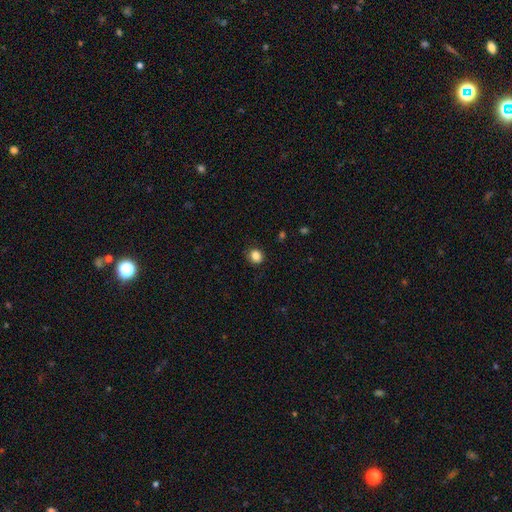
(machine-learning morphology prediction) Smooth or featured? Predicted: smooth (p=0.86). How rounded? Predicted: round (p=0.71). Merging? Predicted: none (p=0.83).